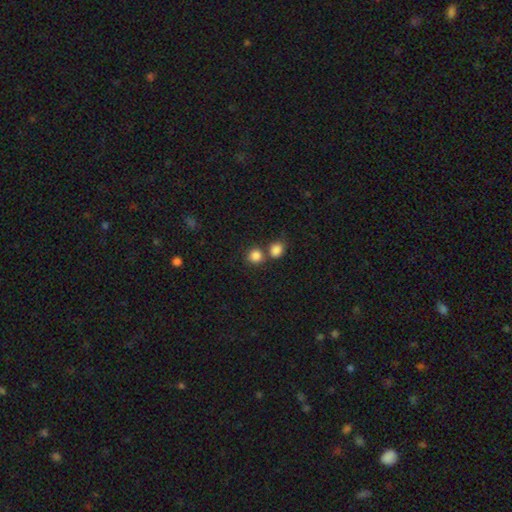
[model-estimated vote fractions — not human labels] smooth-or-featured: smooth: 85% | star or artifact: 11% | featured or disk: 5%
  how-rounded: round: 84% | in between: 15% | cigar-shaped: 1%
  merging: none: 55% | merger: 34% | minor disturbance: 8% | major disturbance: 3%